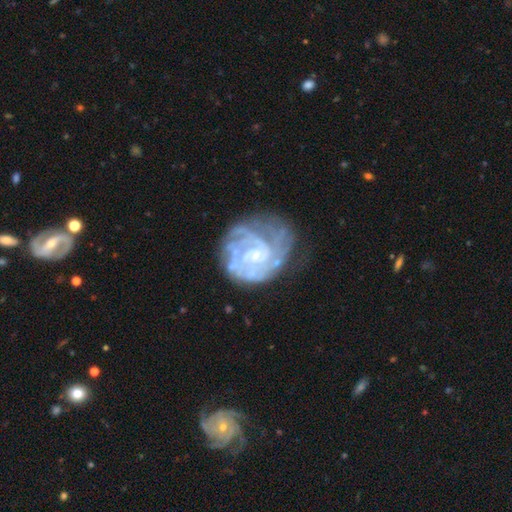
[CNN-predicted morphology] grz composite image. It shows a featured or disk galaxy (84%) with no bar (72%), tight (70%) spiral arms (91%) and a small central bulge (79%). Merging: none (56%).